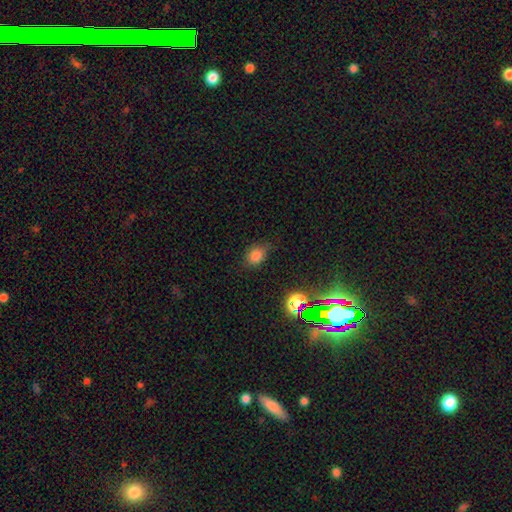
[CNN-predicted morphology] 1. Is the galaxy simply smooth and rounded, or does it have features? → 78% smooth, 16% star or artifact, 6% featured or disk.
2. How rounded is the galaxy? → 53% in between, 45% round, 1% cigar-shaped.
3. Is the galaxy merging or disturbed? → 71% none, 22% minor disturbance, 5% major disturbance, 2% merger.